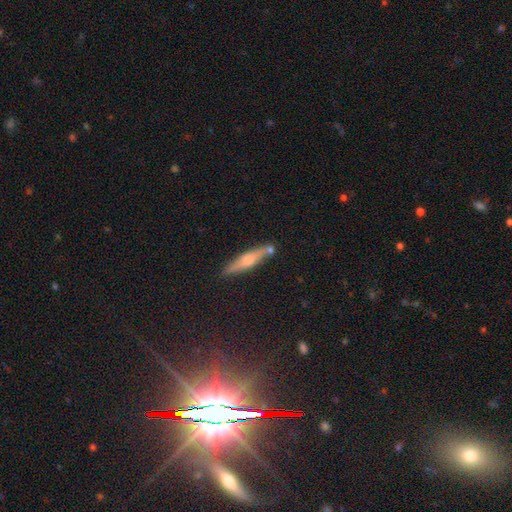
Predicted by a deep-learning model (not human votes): smooth_or_featured: featured or disk (p=0.47) [alt: smooth p=0.46]
merging: none (p=0.75) [alt: minor disturbance p=0.12]